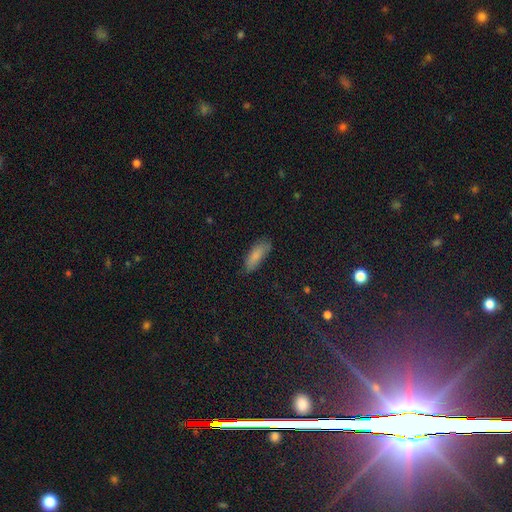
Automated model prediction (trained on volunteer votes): Q: Smooth or featured?
A: smooth (83%); runner-up: featured or disk (9%)
Q: How rounded?
A: in between (63%); runner-up: cigar-shaped (35%)
Q: Merging?
A: none (74%); runner-up: minor disturbance (20%)